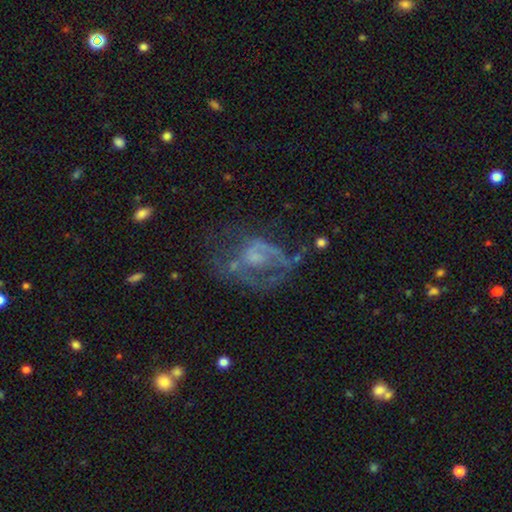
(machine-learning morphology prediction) smooth_or_featured: featured or disk (p=0.63) [alt: smooth p=0.22]
disk_edge_on: no (p=0.97) [alt: yes p=0.03]
bar: no (p=0.76) [alt: weak p=0.20]
has_spiral_arms: no (p=0.60) [alt: yes p=0.40]
bulge_size: none (p=0.37) [alt: small p=0.32]
merging: major disturbance (p=0.45) [alt: none p=0.31]